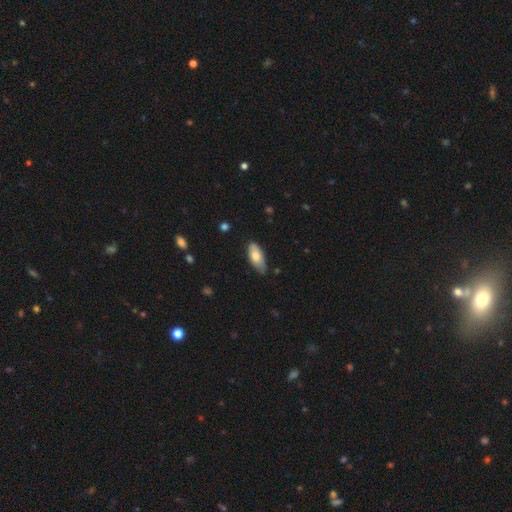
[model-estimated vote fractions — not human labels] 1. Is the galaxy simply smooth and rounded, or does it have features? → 75% smooth, 19% featured or disk, 6% star or artifact.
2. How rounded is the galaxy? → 86% in between, 12% cigar-shaped, 2% round.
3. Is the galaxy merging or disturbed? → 68% none, 26% minor disturbance, 4% major disturbance, 2% merger.